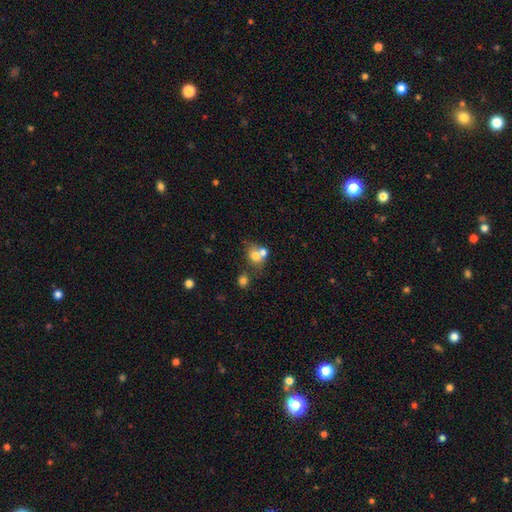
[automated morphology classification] type=smooth (69%); roundness=round (67%); merging=merger (51%).